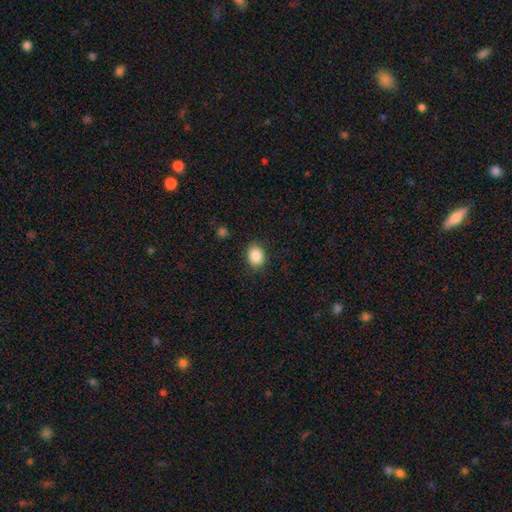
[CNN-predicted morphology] smooth_or_featured: smooth (p=0.87) [alt: star or artifact p=0.08]
how_rounded: in between (p=0.61) [alt: round p=0.38]
merging: none (p=0.87) [alt: minor disturbance p=0.10]